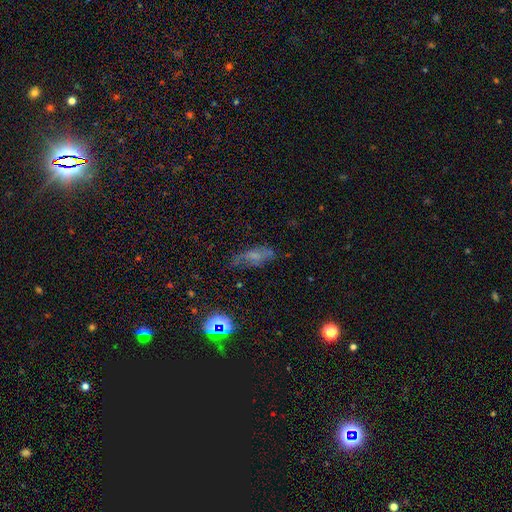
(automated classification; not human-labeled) Smooth or featured? Predicted: smooth (p=0.49). Merging? Predicted: none (p=0.49).